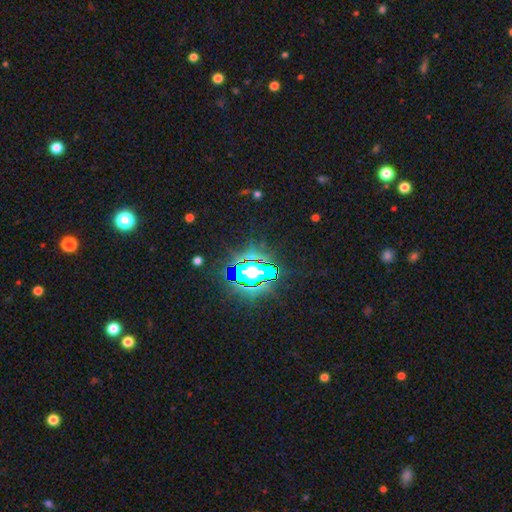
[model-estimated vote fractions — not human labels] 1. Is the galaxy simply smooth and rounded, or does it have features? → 84% star or artifact, 9% smooth, 6% featured or disk.